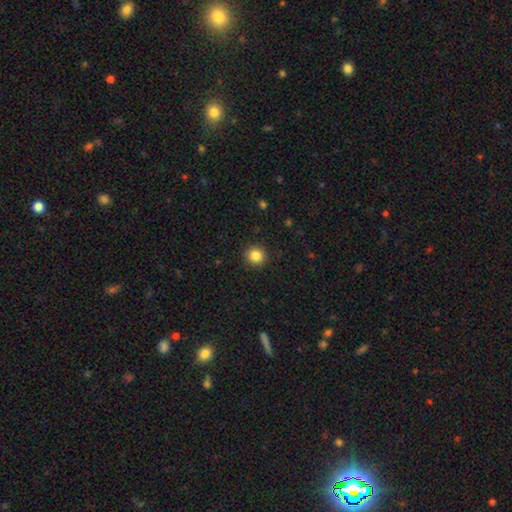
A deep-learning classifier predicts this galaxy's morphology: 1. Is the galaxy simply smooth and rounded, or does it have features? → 85% smooth, 10% star or artifact, 5% featured or disk.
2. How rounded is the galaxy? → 92% round, 7% in between, 1% cigar-shaped.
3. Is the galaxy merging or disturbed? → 92% none, 5% minor disturbance, 2% major disturbance, 1% merger.